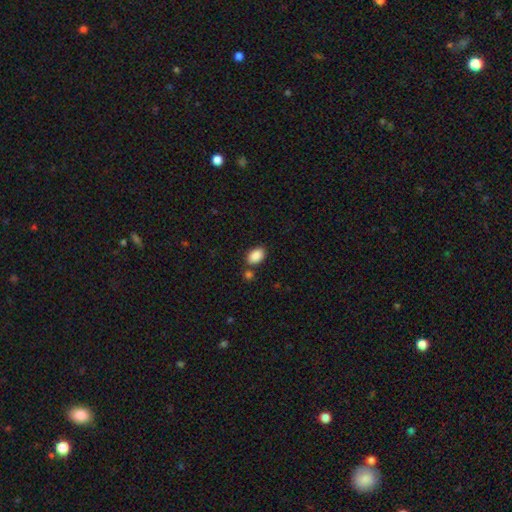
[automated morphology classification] Overall: smooth (89%). How rounded: in between (87%). Merging: none (77%).